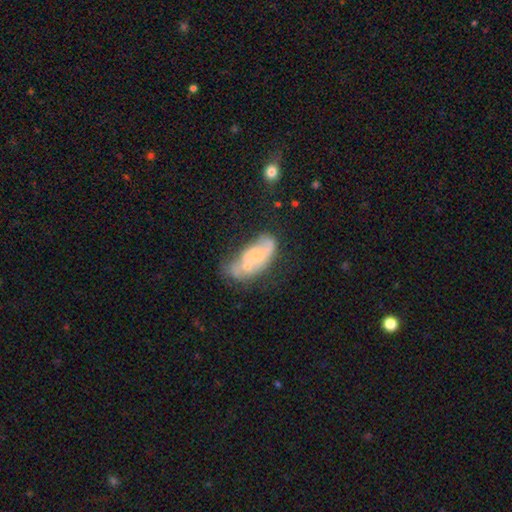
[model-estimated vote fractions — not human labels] Q: Smooth or featured?
A: featured or disk (54%); runner-up: smooth (38%)
Q: Edge-on disk?
A: no (93%); runner-up: yes (7%)
Q: Bar?
A: no (80%); runner-up: weak (16%)
Q: Spiral arms?
A: no (62%); runner-up: yes (38%)
Q: Bulge size?
A: small (43%); runner-up: moderate (41%)
Q: Merging?
A: merger (32%); runner-up: none (30%)